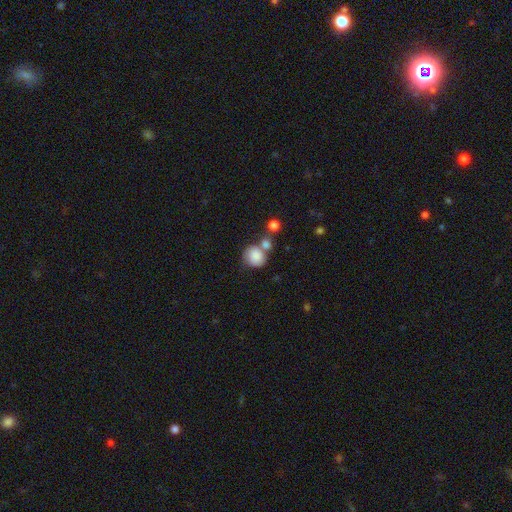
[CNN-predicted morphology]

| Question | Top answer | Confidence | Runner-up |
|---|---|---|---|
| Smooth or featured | smooth | 82% | featured or disk (10%) |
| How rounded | round | 84% | in between (15%) |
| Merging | none | 45% | merger (33%) |